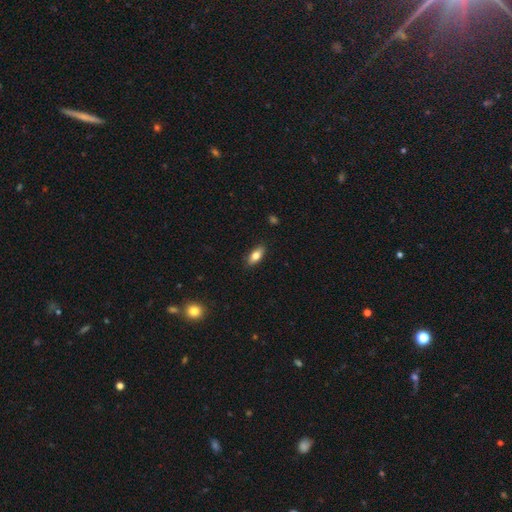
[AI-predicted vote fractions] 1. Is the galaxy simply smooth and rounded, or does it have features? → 78% smooth, 15% featured or disk, 7% star or artifact.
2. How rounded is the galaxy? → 84% in between, 13% cigar-shaped, 3% round.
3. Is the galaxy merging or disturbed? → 87% none, 10% minor disturbance, 2% major disturbance, 1% merger.